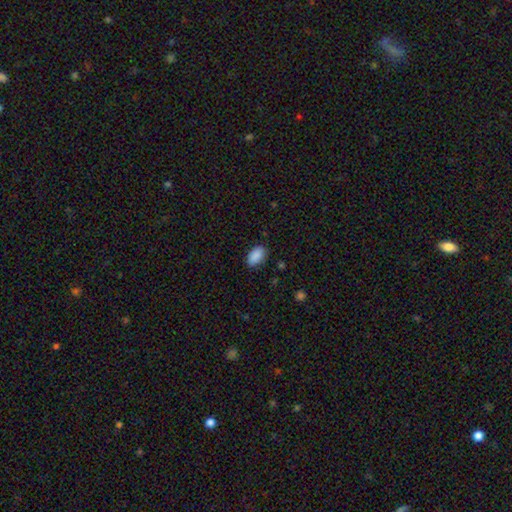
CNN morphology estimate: Overall: smooth (90%). How rounded: in between (93%). Merging: none (84%).